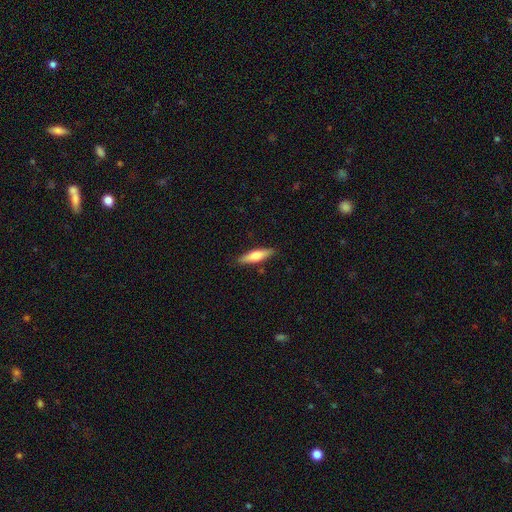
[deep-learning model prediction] Smooth or featured?
  - smooth: 64% *
  - featured or disk: 30%
  - star or artifact: 6%
How rounded?
  - cigar-shaped: 67% *
  - in between: 31%
  - round: 2%
Merging?
  - none: 87% *
  - minor disturbance: 9%
  - major disturbance: 2%
  - merger: 2%